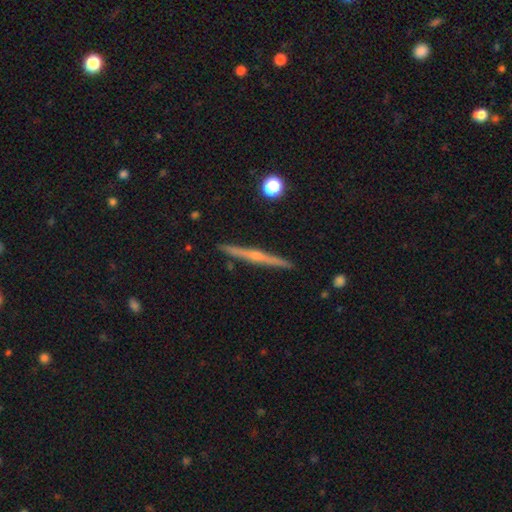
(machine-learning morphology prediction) This appears to be a featured or disk galaxy (77%) viewed edge-on (98%) with a rounded central bulge (76%). Merging: none (91%).